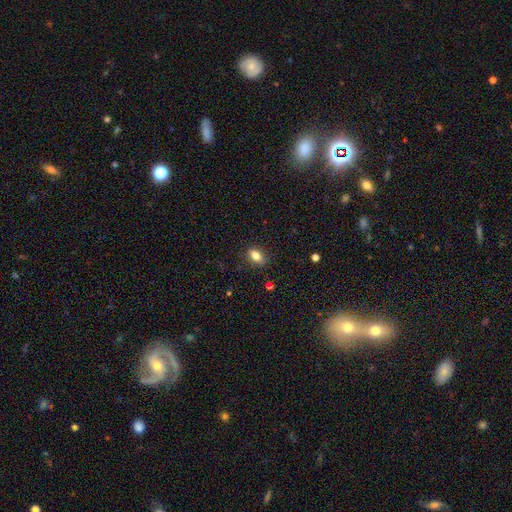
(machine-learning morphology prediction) smooth_or_featured: smooth (p=0.81) [alt: featured or disk p=0.10]
how_rounded: in between (p=0.81) [alt: round p=0.15]
merging: none (p=0.83) [alt: minor disturbance p=0.13]